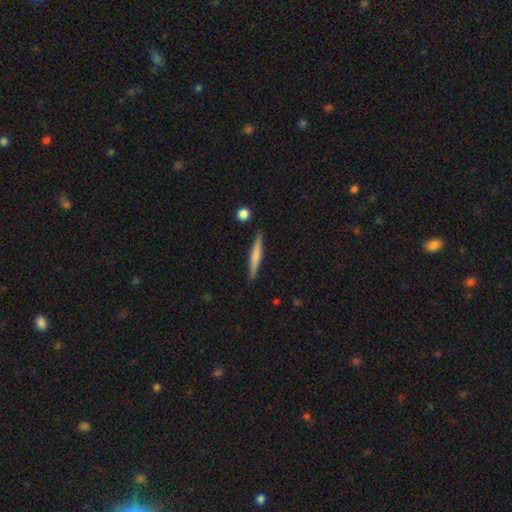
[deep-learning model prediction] A smooth galaxy with no disk features (57%) that is cigar-shaped (95%). Merging: none (89%).